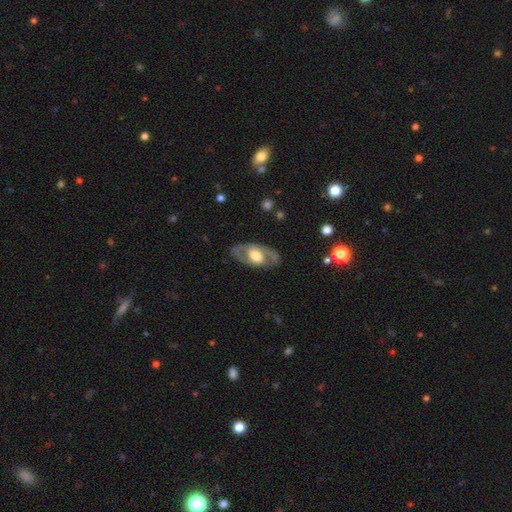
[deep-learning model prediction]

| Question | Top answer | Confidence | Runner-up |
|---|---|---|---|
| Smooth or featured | featured or disk | 66% | smooth (29%) |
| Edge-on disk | no | 88% | yes (12%) |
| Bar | no | 66% | weak (25%) |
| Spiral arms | no | 59% | yes (41%) |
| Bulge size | moderate | 47% | large (42%) |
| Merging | none | 80% | minor disturbance (13%) |